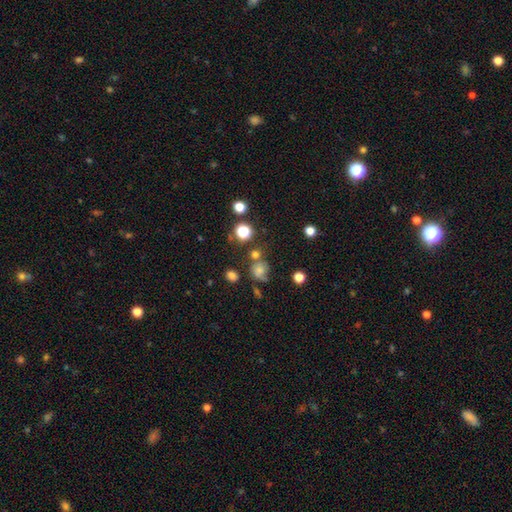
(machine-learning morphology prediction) Overall: smooth (42%; star or artifact 41%). Merging: none (64%).